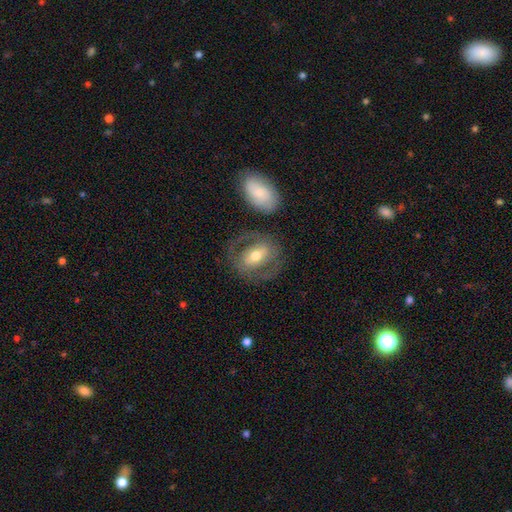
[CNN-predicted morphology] Smooth or featured: featured or disk — 59% (smooth — 34%)
Edge-on disk: no — 92% (yes — 8%)
Bar: strong — 38% (weak — 32%)
Spiral arms: no — 52% (yes — 48%)
Bulge size: moderate — 67% (small — 22%)
Merging: none — 72% (minor disturbance — 13%)